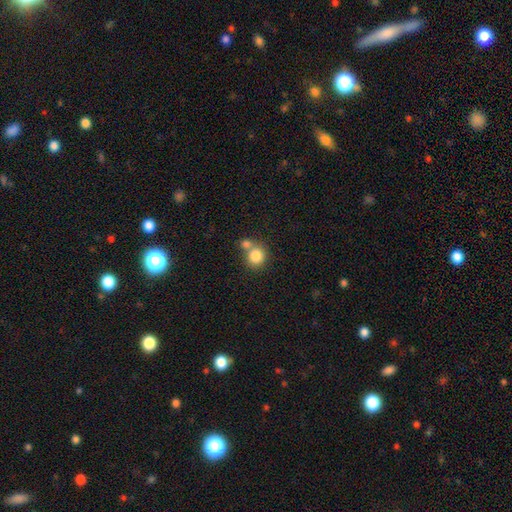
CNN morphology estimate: smooth-or-featured: smooth: 83% | star or artifact: 10% | featured or disk: 8%
  how-rounded: round: 85% | in between: 14% | cigar-shaped: 1%
  merging: none: 51% | merger: 38% | minor disturbance: 8% | major disturbance: 3%